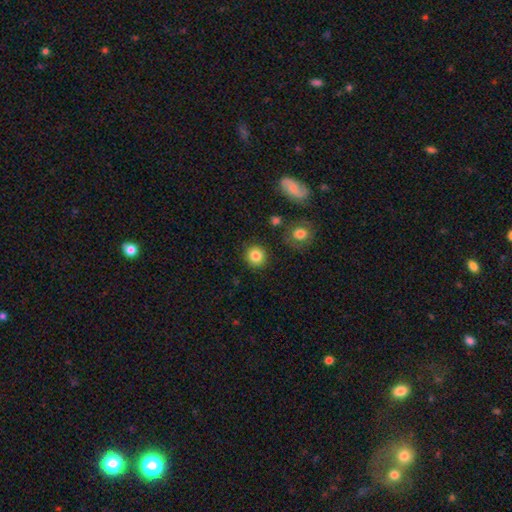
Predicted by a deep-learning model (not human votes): A smooth galaxy with no disk features (84%) that is round (91%). Merging: none (88%).